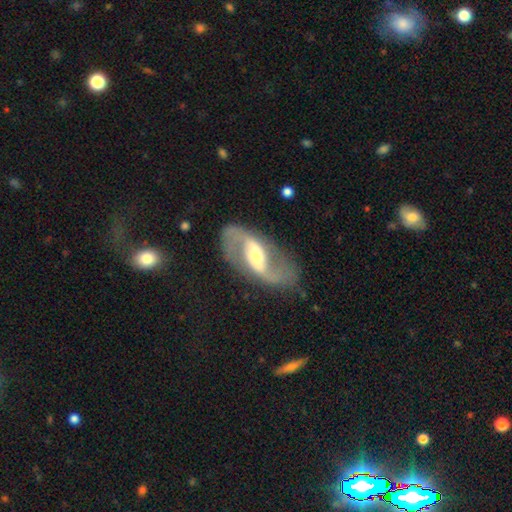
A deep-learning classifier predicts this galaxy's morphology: A featured or disk galaxy (89%) with a weak bar (42%, tied with strong), 2 (93%) loose (53%) spiral arms (95%) and a moderate central bulge (55%).

Vote fractions:
- Smooth or featured? featured or disk: 89% / smooth: 7% / star or artifact: 5%
- Edge-on disk? no: 96% / yes: 4%
- Bar? weak: 42% (tied) / strong: 42% (tied) / no: 16%
- Spiral arms? yes: 95% / no: 5%
- Spiral winding? loose: 53% / medium: 38% / tight: 9%
- Spiral arm count? 2: 93% / can't tell: 2% / 1: 2% / 3: 1% / 4: 1% / more than 4: 1%
- Bulge size? moderate: 55% / small: 26% / large: 15% / none: 3% / dominant: 2%
- Merging? none: 76% / minor disturbance: 14% / major disturbance: 8% / merger: 2%